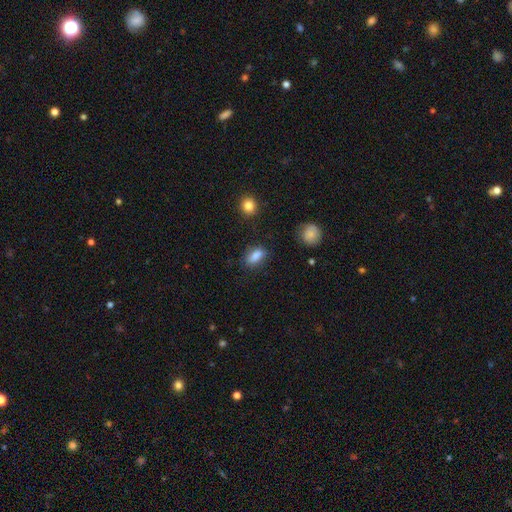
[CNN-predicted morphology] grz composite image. It shows a smooth galaxy with no disk features (83%) that is in between round and cigar-shaped (80%). Merging: none (77%).